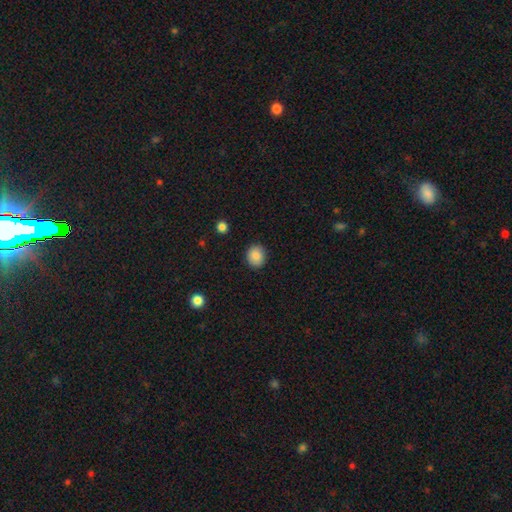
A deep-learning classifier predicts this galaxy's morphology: The model was most divided on "how rounded": round: 74%, in between: 25%, cigar-shaped: 1%. More confident: merging — none (89%); smooth or featured — smooth (87%).